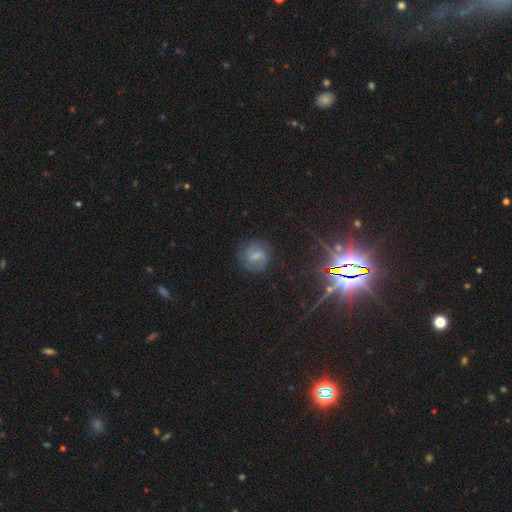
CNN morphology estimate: Smooth or featured: featured or disk — 49% (smooth — 39%)
Merging: none — 78% (minor disturbance — 15%)